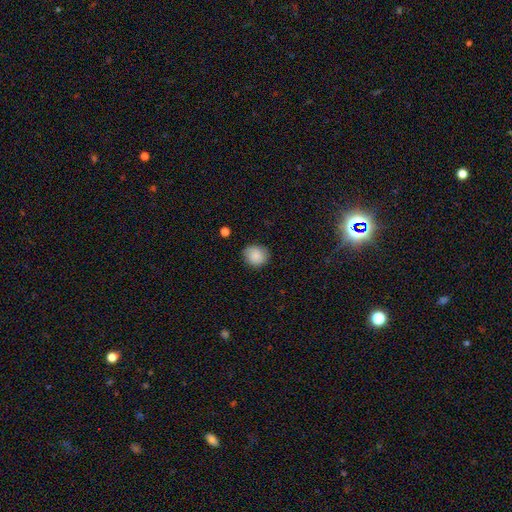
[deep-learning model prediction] A smooth galaxy with no disk features (86%) that is round (77%). Merging: none (83%).